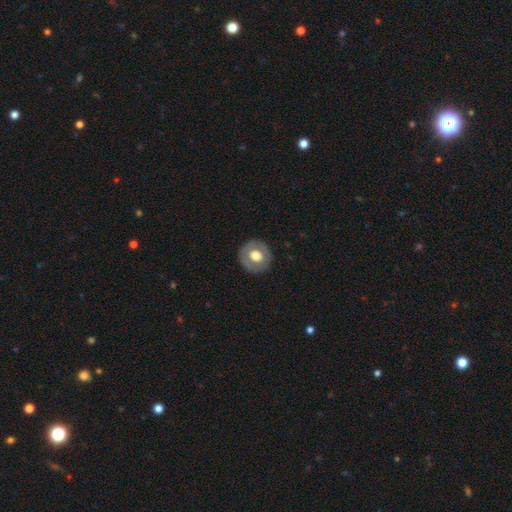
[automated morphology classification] This is possibly a smooth galaxy (57%). How rounded: clearly round (86%). Merging: clearly none (86%).